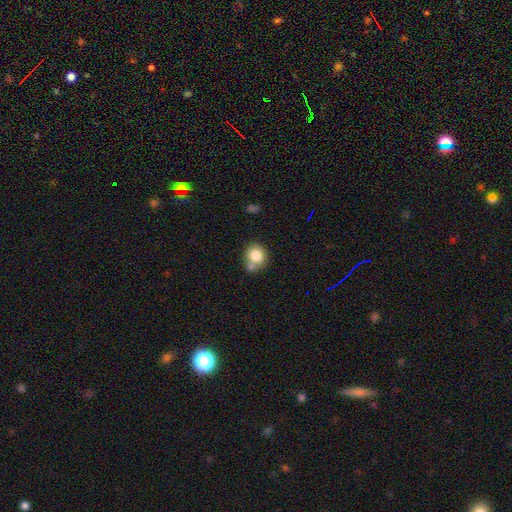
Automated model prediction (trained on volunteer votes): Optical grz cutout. It shows a smooth galaxy with no disk features (82%) that is round (77%). Merging: none (55%).